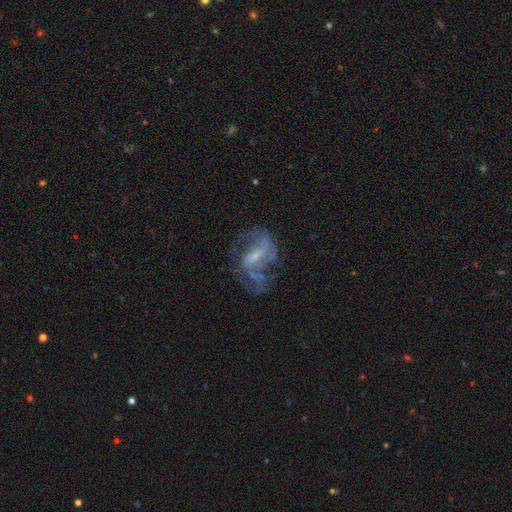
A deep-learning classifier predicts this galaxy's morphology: smooth_or_featured: featured or disk (p=0.77) [alt: smooth p=0.12]
disk_edge_on: no (p=0.96) [alt: yes p=0.04]
bar: weak (p=0.48) [alt: strong p=0.27]
has_spiral_arms: yes (p=0.82) [alt: no p=0.18]
spiral_winding: medium (p=0.42) [alt: loose p=0.40]
spiral_arm_count: 2 (p=0.43) [alt: can't tell p=0.27]
bulge_size: small (p=0.48) [alt: moderate p=0.31]
merging: none (p=0.51) [alt: major disturbance p=0.26]